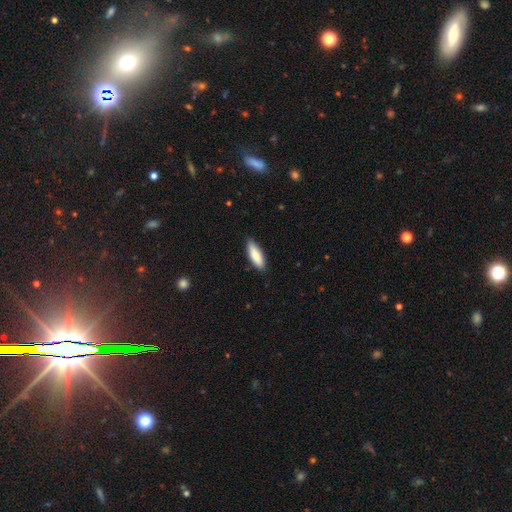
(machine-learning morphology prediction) A smooth galaxy with no disk features (84%) that is in between round and cigar-shaped (59%).

Vote fractions:
- Smooth or featured? smooth: 84% / featured or disk: 10% / star or artifact: 6%
- How rounded? in between: 59% / cigar-shaped: 40% / round: 2%
- Merging? none: 85% / minor disturbance: 12% / major disturbance: 2% / merger: 1%